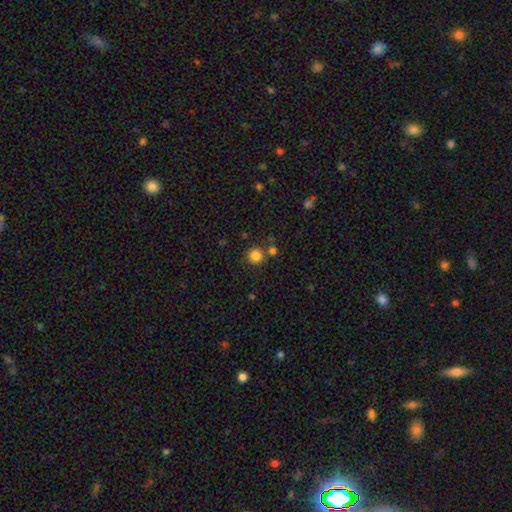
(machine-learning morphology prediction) Smooth or featured? Predicted: smooth (p=0.83). How rounded? Predicted: round (p=0.92). Merging? Predicted: none (p=0.78).